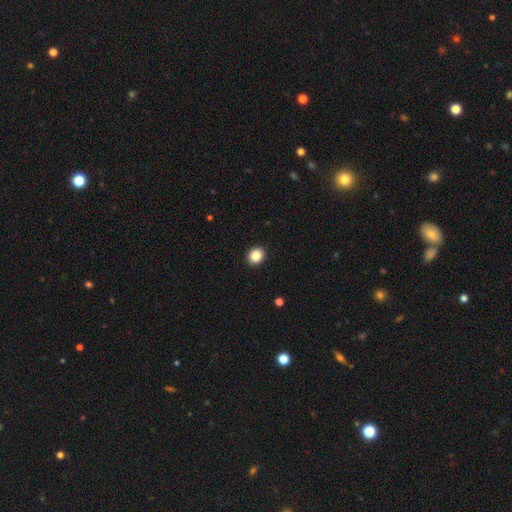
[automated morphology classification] A smooth galaxy with no disk features (86%) that is round (71%). Merging: none (92%).